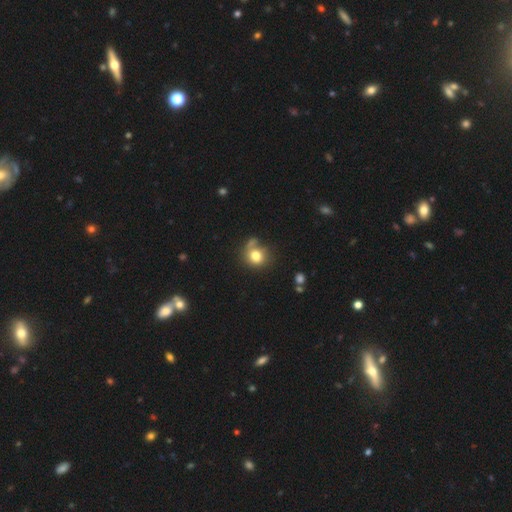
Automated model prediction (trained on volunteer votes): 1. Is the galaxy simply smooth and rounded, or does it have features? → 79% smooth, 11% featured or disk, 10% star or artifact.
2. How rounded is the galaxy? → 82% round, 17% in between, 1% cigar-shaped.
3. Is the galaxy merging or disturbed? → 56% none, 20% minor disturbance, 13% merger, 11% major disturbance.